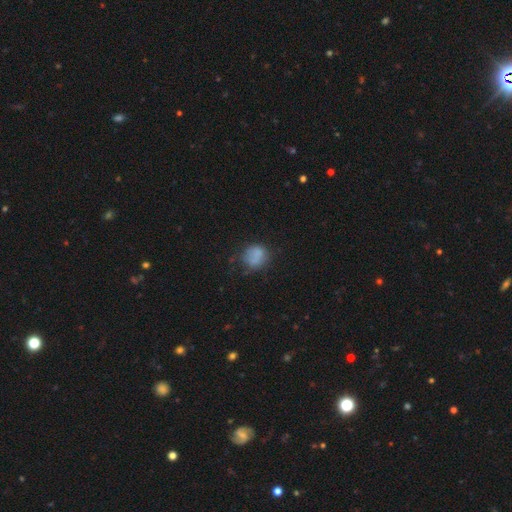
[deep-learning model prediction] Smooth or featured?
  - smooth: 75% *
  - featured or disk: 14%
  - star or artifact: 11%
How rounded?
  - round: 74% *
  - in between: 25%
  - cigar-shaped: 1%
Merging?
  - none: 55% *
  - minor disturbance: 27%
  - major disturbance: 13%
  - merger: 5%